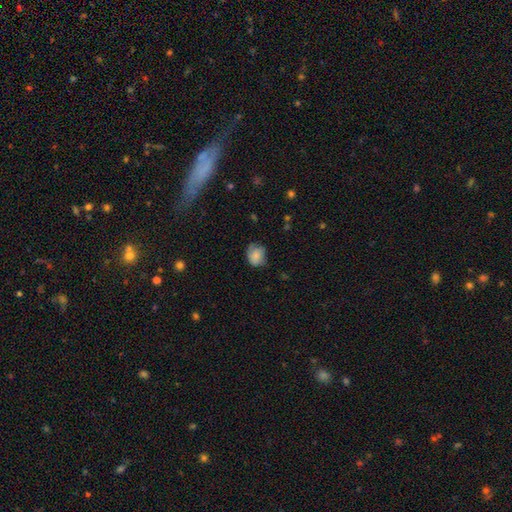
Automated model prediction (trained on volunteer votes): Overall: smooth (77%). How rounded: round (63%; in between 36%). Merging: none (59%; minor disturbance 31%).